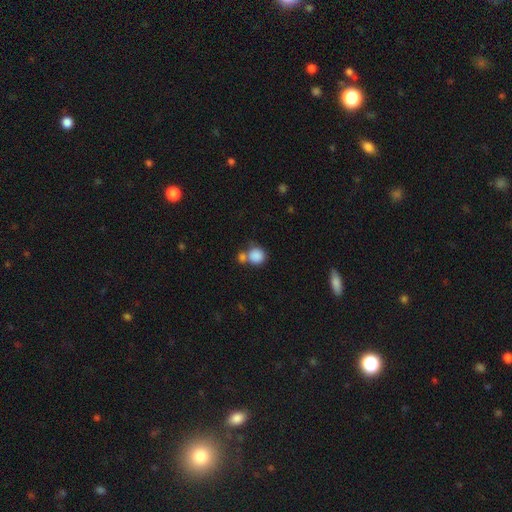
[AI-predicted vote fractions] Overall: smooth (86%). How rounded: round (87%). Merging: none (48%; merger 38%).